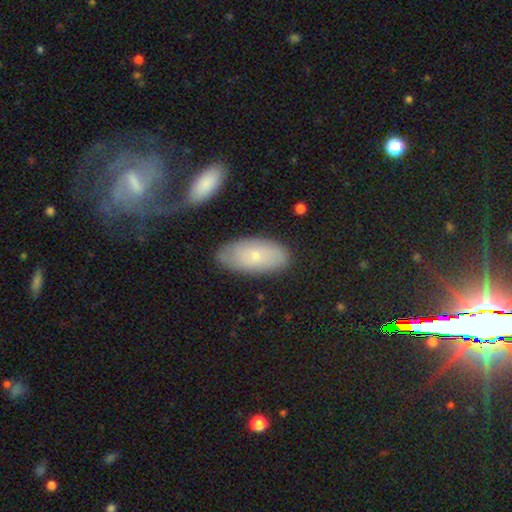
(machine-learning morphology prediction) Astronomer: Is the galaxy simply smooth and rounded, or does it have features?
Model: smooth — 65%.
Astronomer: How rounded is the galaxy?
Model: in between — 93%.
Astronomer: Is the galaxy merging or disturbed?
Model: none — 77%.